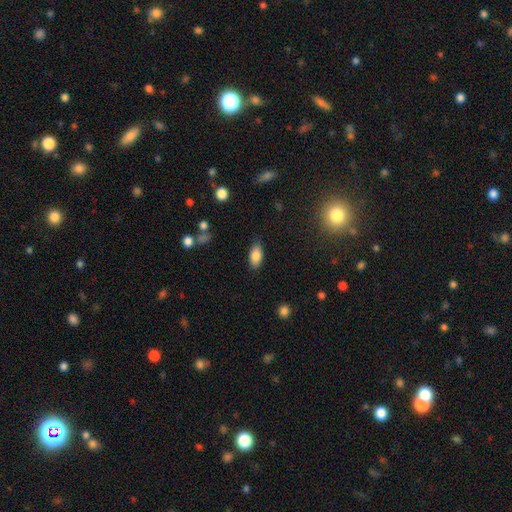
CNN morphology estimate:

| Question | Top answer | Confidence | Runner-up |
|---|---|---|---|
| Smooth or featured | smooth | 83% | featured or disk (9%) |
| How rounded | in between | 89% | cigar-shaped (7%) |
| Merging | none | 84% | minor disturbance (12%) |